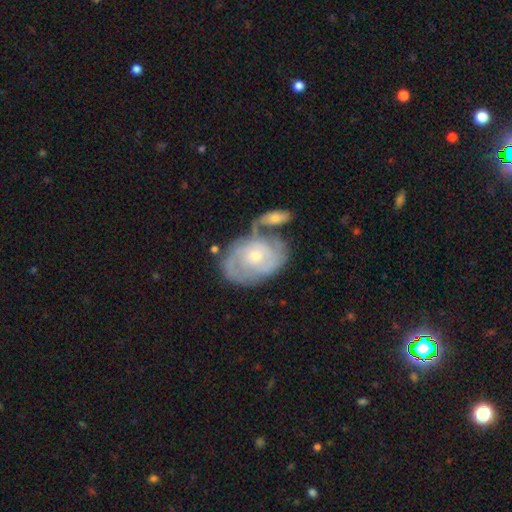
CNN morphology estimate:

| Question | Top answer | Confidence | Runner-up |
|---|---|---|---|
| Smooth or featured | featured or disk | 68% | smooth (26%) |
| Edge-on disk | no | 95% | yes (5%) |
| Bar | no | 81% | weak (16%) |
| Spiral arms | yes | 73% | no (27%) |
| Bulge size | small | 58% | moderate (37%) |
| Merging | none | 45% | merger (27%) |